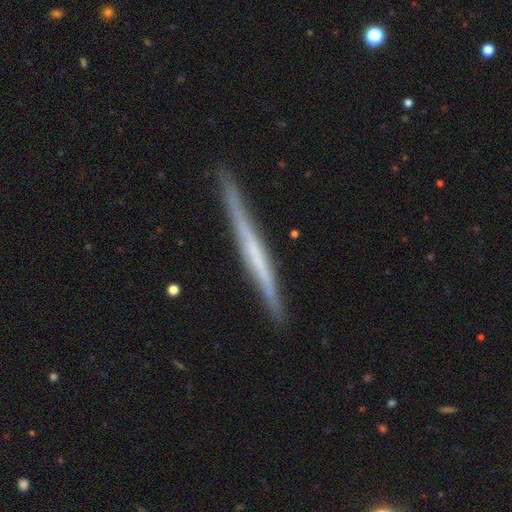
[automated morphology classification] Overall: featured or disk (63%; smooth 31%). Edge-on disk: yes (97%). Edge-on bulge: none (81%). Merging: none (88%).